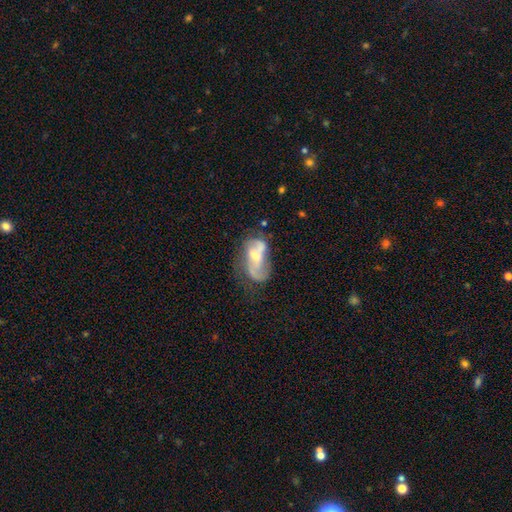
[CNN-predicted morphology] A featured or disk galaxy (71%) with no bar (44%), 2 (66%) loose (56%) spiral arms (78%) and a moderate central bulge (54%).

Vote fractions:
- Smooth or featured? featured or disk: 71% / smooth: 21% / star or artifact: 8%
- Edge-on disk? no: 96% / yes: 4%
- Bar? no: 44% / weak: 42% / strong: 14%
- Spiral arms? yes: 78% / no: 22%
- Spiral winding? loose: 56% / medium: 34% / tight: 11%
- Spiral arm count? 2: 66% / can't tell: 14% / 1: 13% / 3: 5% / 4: 2% / more than 4: 1%
- Bulge size? moderate: 54% / small: 33% / large: 6% / none: 6% / dominant: 1%
- Merging? none: 35% / major disturbance: 31% / minor disturbance: 23% / merger: 11%